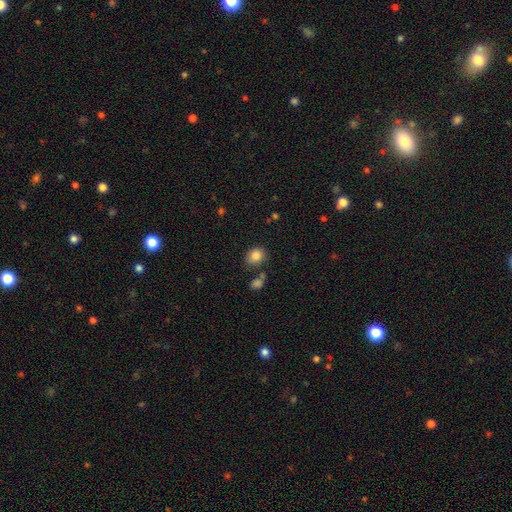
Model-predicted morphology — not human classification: Smooth or featured: smooth — 84% (star or artifact — 10%)
How rounded: round — 58% (in between — 41%)
Merging: none — 71% (minor disturbance — 15%)